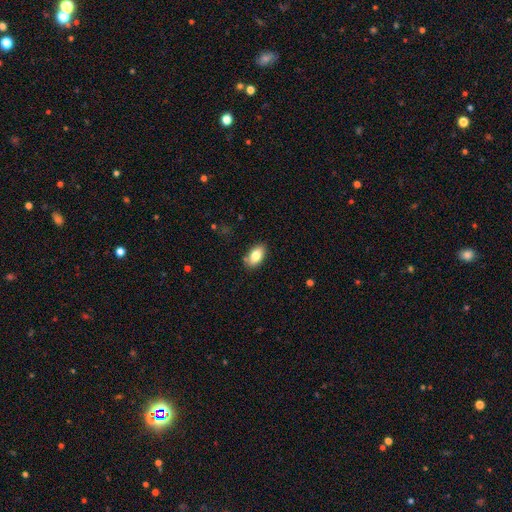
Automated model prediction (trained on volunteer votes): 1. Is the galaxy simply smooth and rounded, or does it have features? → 82% smooth, 11% featured or disk, 7% star or artifact.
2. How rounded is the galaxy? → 92% in between, 5% round, 3% cigar-shaped.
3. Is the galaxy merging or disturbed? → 84% none, 12% minor disturbance, 2% major disturbance, 2% merger.